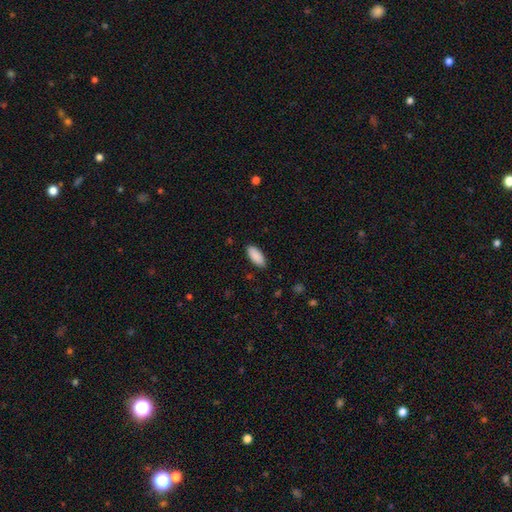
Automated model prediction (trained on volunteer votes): Smooth or featured? smooth (91%)
How rounded? in between (85%)
Merging? none (88%)